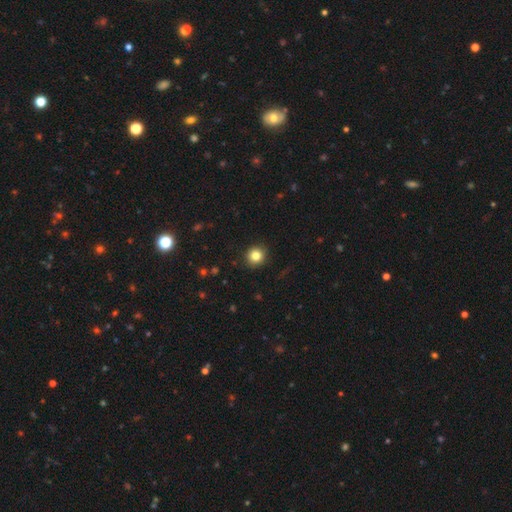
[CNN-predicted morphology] This is clearly a smooth galaxy (83%). How rounded: clearly round (91%). Merging: clearly none (92%).